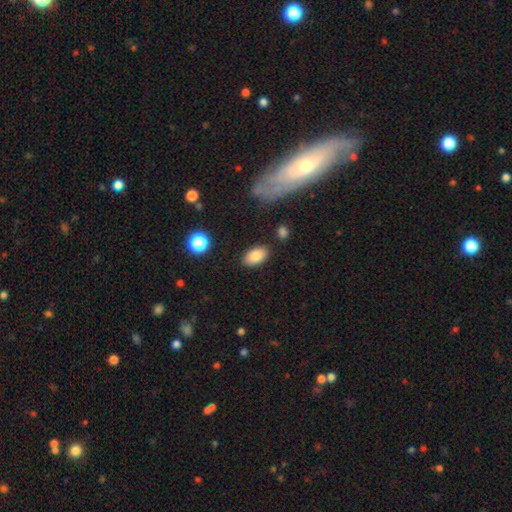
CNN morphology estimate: smooth_or_featured: smooth (p=0.84) [alt: star or artifact p=0.08]
how_rounded: in between (p=0.93) [alt: round p=0.06]
merging: none (p=0.85) [alt: minor disturbance p=0.10]